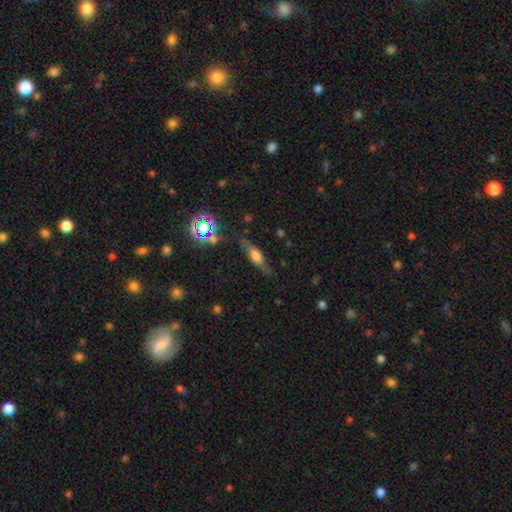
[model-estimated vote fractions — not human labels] The model was most divided on "smooth or featured": smooth: 45%, featured or disk: 43%, star or artifact: 12%. More confident: merging — none (74%).